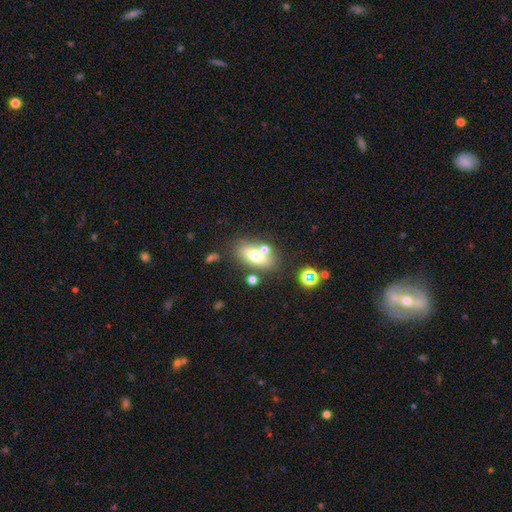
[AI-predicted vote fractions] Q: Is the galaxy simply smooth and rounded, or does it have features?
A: smooth — 64%.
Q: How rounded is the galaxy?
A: in between — 79%.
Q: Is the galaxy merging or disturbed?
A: none — 66%.